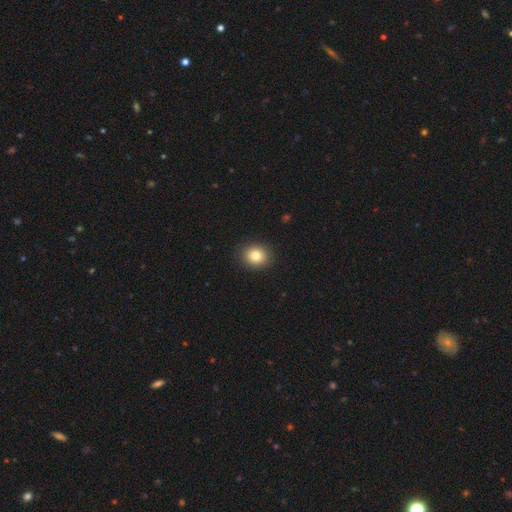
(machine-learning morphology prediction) Smooth or featured? smooth (82%)
How rounded? round (77%)
Merging? none (91%)